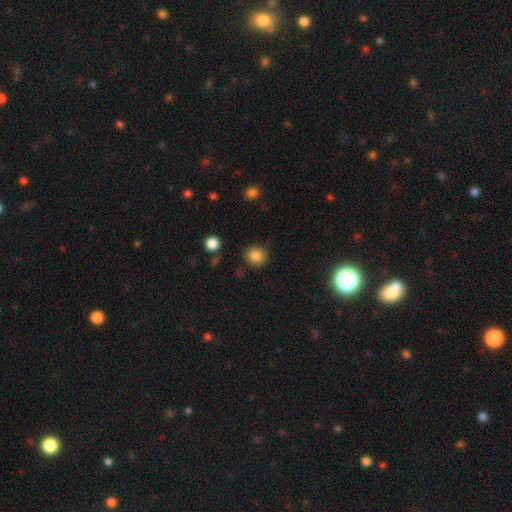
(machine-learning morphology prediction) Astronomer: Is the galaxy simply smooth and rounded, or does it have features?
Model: smooth — 84%.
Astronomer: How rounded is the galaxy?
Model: round — 84%.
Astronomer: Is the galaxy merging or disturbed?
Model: none — 88%.